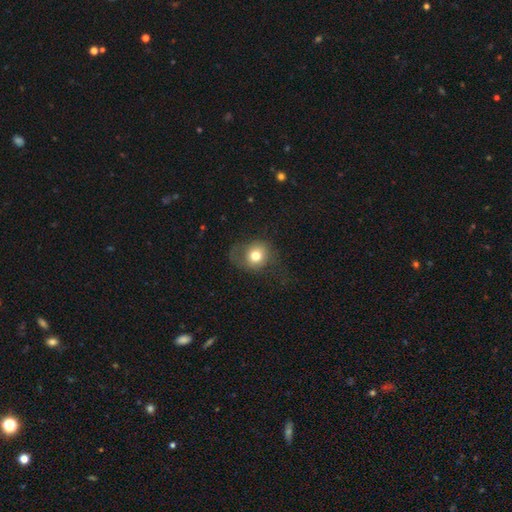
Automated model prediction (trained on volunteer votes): Q: Smooth or featured?
A: smooth (72%); runner-up: featured or disk (19%)
Q: How rounded?
A: round (72%); runner-up: in between (27%)
Q: Merging?
A: none (46%); runner-up: major disturbance (28%)